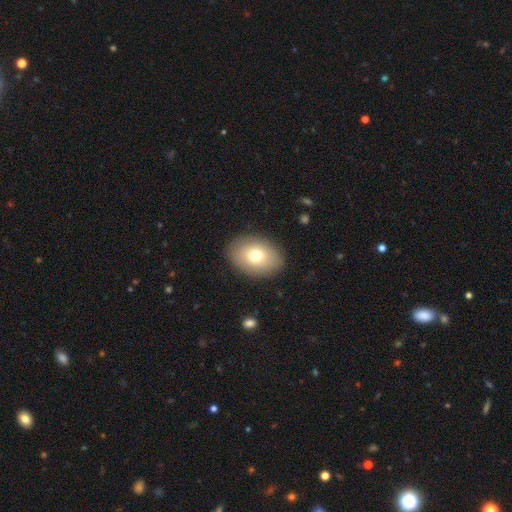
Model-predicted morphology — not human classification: This is likely a smooth galaxy (75%). How rounded: likely in between (77%). Merging: clearly none (88%).